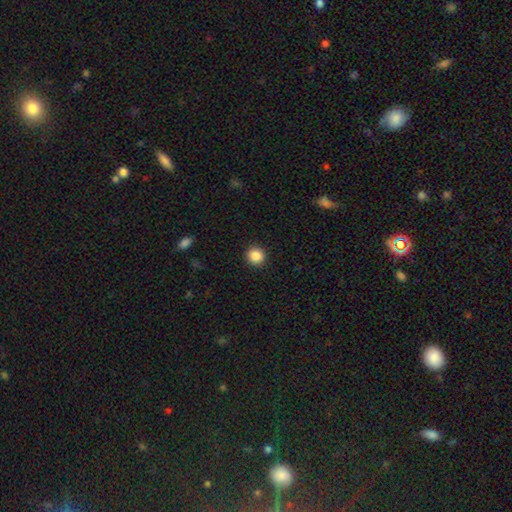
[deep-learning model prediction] smooth-or-featured: smooth: 87% | star or artifact: 9% | featured or disk: 3%
  how-rounded: round: 92% | in between: 7% | cigar-shaped: 1%
  merging: none: 92% | minor disturbance: 5% | major disturbance: 2% | merger: 1%